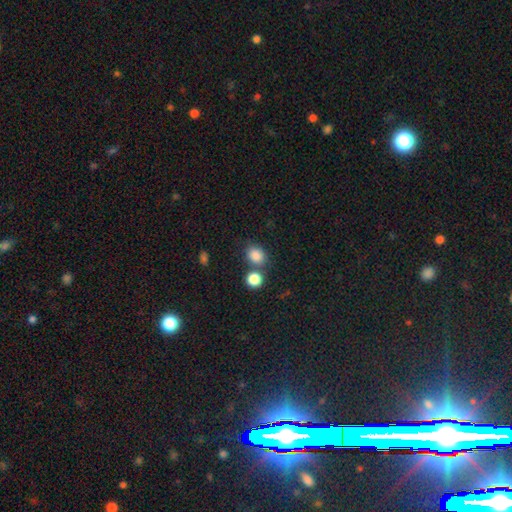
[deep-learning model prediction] Morphology: type=smooth (85%); roundness=round (54%); merging=none (65%).